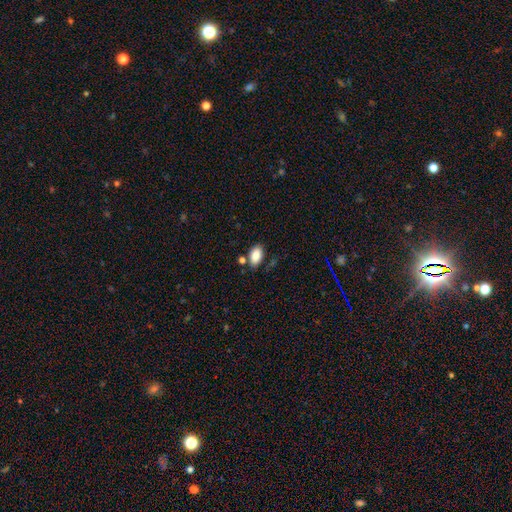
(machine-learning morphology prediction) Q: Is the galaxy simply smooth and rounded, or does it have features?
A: smooth — 87%.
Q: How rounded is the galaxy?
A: in between — 92%.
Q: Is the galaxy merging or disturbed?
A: none — 76%.